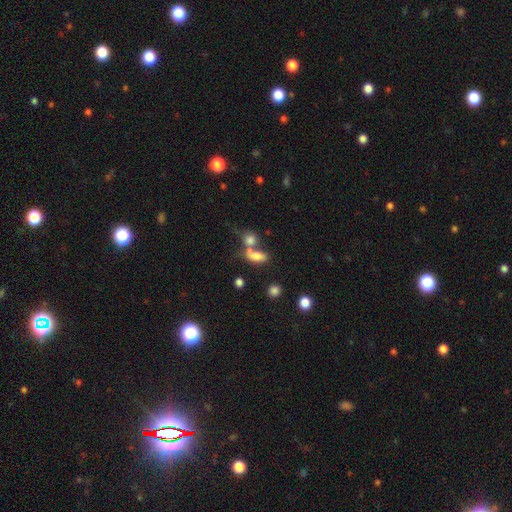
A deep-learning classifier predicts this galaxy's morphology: This appears to be a smooth galaxy with no disk features (75%) that is in between round and cigar-shaped (75%). Merging: merger (45%).